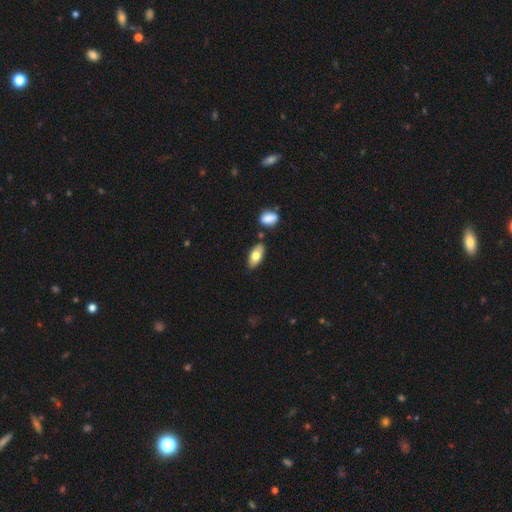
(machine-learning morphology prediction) Smooth or featured?
  - smooth: 76% *
  - featured or disk: 17%
  - star or artifact: 6%
How rounded?
  - in between: 90% *
  - cigar-shaped: 7%
  - round: 4%
Merging?
  - none: 78% *
  - minor disturbance: 13%
  - merger: 6%
  - major disturbance: 3%